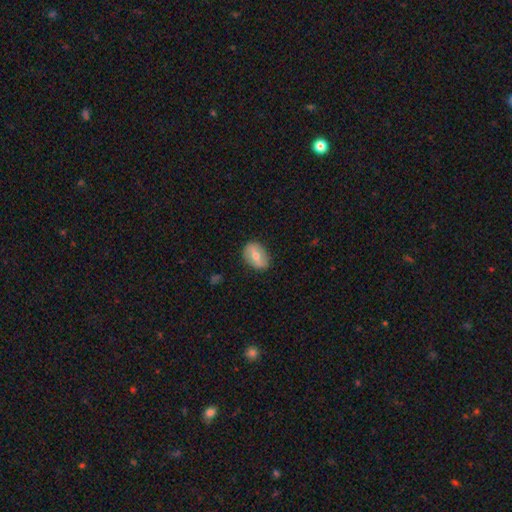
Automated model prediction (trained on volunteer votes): A smooth galaxy with no disk features (52%) that is in between round and cigar-shaped (78%). Merging: none (83%).